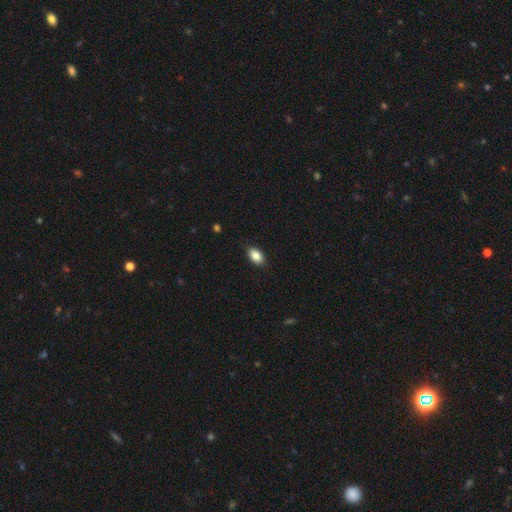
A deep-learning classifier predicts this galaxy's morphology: smooth 87%, star or artifact 7%, featured or disk 6%. Down the decision tree: how rounded — in between (91%); merging — none (87%).